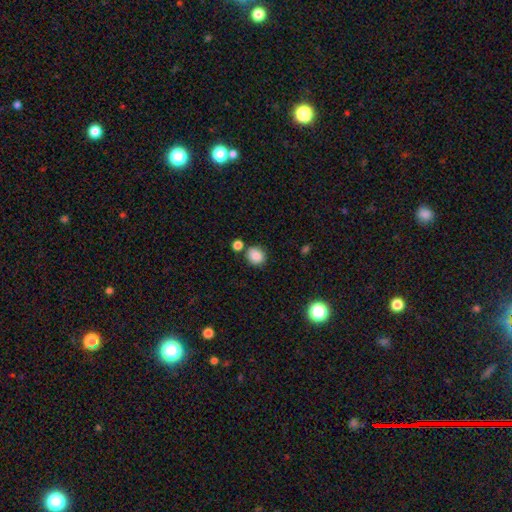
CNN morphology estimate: Q: Smooth or featured?
A: smooth (86%); runner-up: star or artifact (9%)
Q: How rounded?
A: round (82%); runner-up: in between (17%)
Q: Merging?
A: none (75%); runner-up: merger (11%)